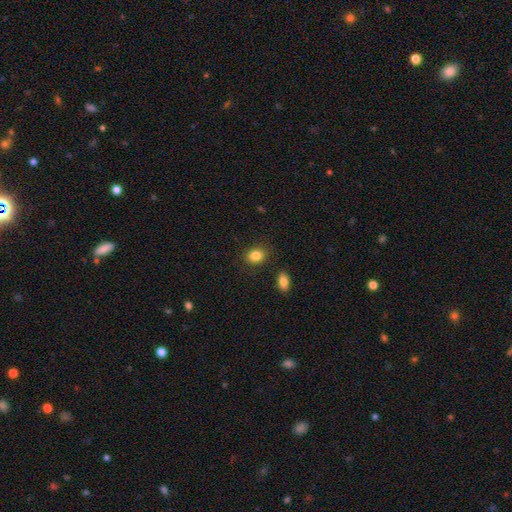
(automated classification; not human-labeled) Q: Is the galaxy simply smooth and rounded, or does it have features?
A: smooth — 85%.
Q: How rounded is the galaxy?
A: in between — 56%.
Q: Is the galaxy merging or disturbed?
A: none — 84%.